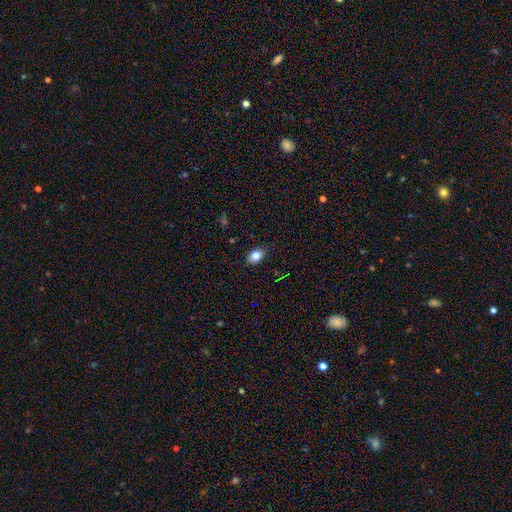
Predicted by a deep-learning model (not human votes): The model was most divided on "how rounded": in between: 83%, round: 15%, cigar-shaped: 2%. More confident: merging — none (86%); smooth or featured — smooth (84%).